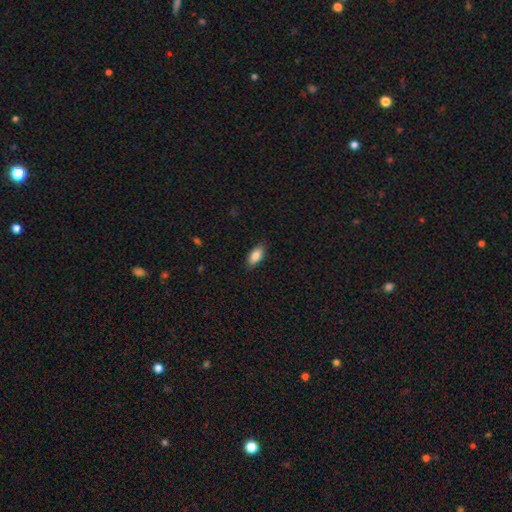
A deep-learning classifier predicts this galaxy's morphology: This appears to be a smooth galaxy with no disk features (86%) that is in between round and cigar-shaped (88%). Merging: none (87%).